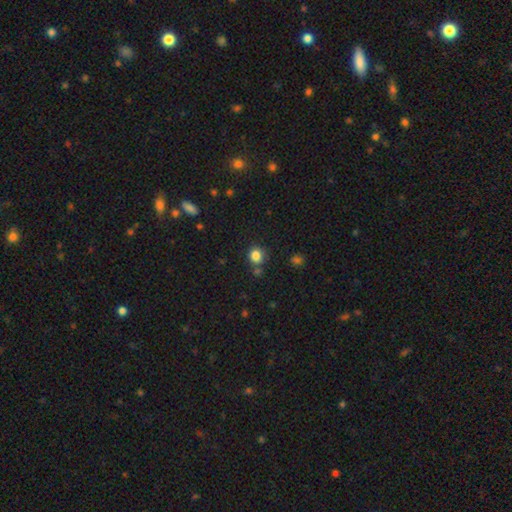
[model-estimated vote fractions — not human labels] This is clearly a smooth galaxy (83%). How rounded: clearly round (83%). Merging: likely none (76%).